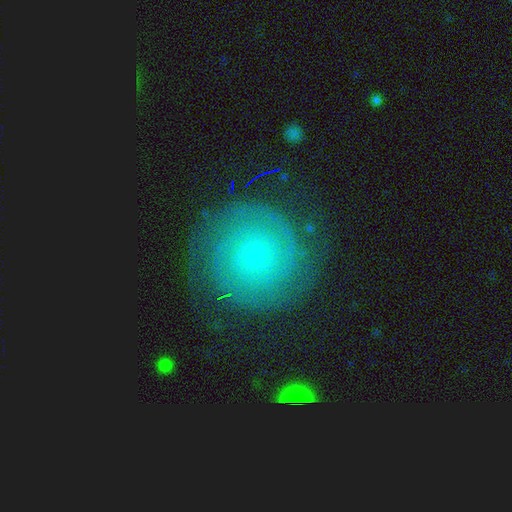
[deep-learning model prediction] smooth-or-featured: featured or disk: 75% | smooth: 16% | star or artifact: 9%
  disk-edge-on: no: 98% | yes: 2%
    bar: no: 81% | weak: 16% | strong: 3%
    has-spiral-arms: yes: 95% | no: 5%
      spiral-winding: tight: 81% | medium: 15% | loose: 4%
      spiral-arm-count: 2: 53% | can't tell: 21% | 3: 11% | 4: 6% | 1: 5% | more than 4: 5%
    bulge-size: small: 85% | moderate: 9% | none: 4% | large: 1% | dominant: 1%
  merging: none: 83% | minor disturbance: 11% | major disturbance: 5% | merger: 1%